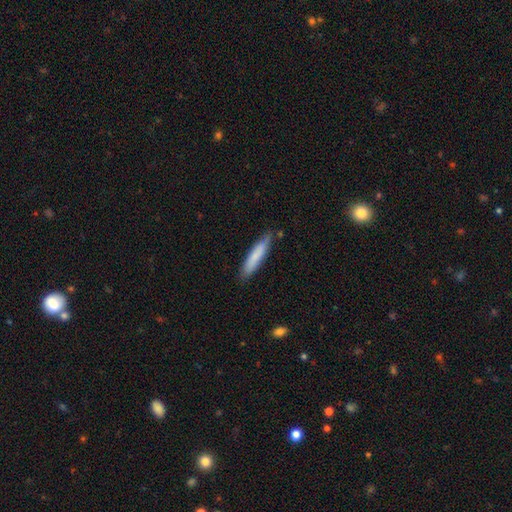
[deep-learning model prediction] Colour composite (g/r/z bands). It shows a smooth galaxy with no disk features (76%) that is cigar-shaped (88%). Merging: none (83%).